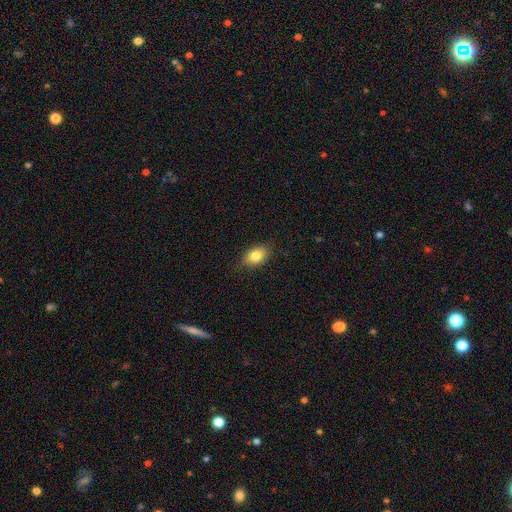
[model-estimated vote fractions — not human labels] This appears to be a smooth galaxy with no disk features (81%) that is in between round and cigar-shaped (82%). Merging: none (81%).